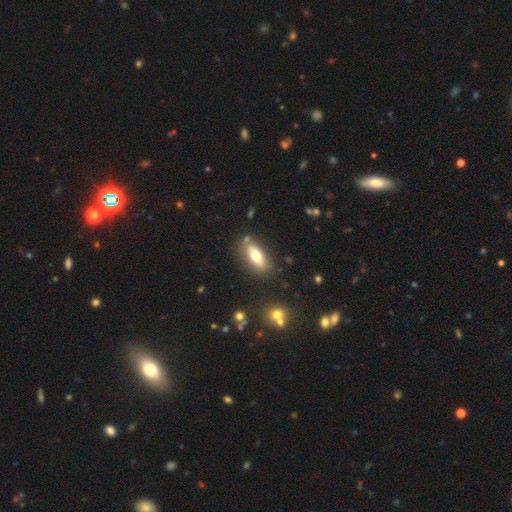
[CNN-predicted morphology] smooth_or_featured: smooth (p=0.67) [alt: featured or disk p=0.26]
how_rounded: in between (p=0.78) [alt: cigar-shaped p=0.19]
merging: none (p=0.76) [alt: minor disturbance p=0.14]